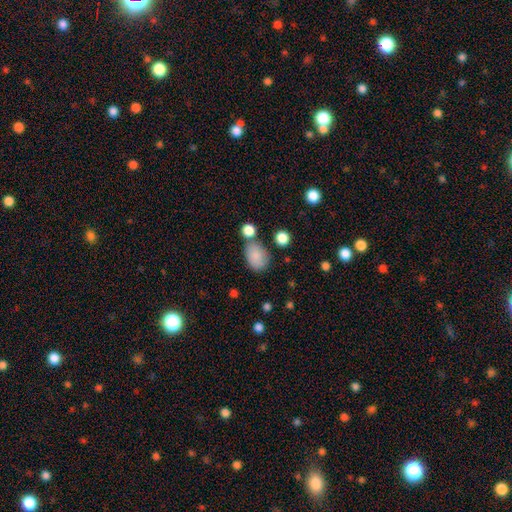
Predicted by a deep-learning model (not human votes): smooth-or-featured: smooth: 84% | star or artifact: 9% | featured or disk: 7%
  how-rounded: in between: 76% | round: 22% | cigar-shaped: 1%
  merging: none: 62% | minor disturbance: 18% | merger: 14% | major disturbance: 6%